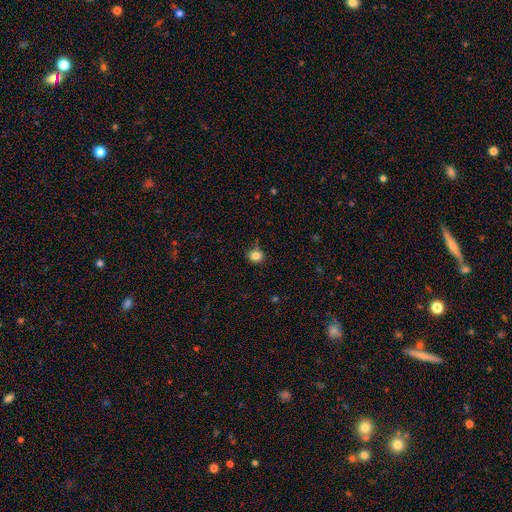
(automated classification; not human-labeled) A smooth galaxy with no disk features (82%) that is round (74%).

Vote fractions:
- Smooth or featured? smooth: 82% / star or artifact: 12% / featured or disk: 6%
- How rounded? round: 74% / in between: 25% / cigar-shaped: 1%
- Merging? none: 71% / minor disturbance: 21% / major disturbance: 4% / merger: 4%